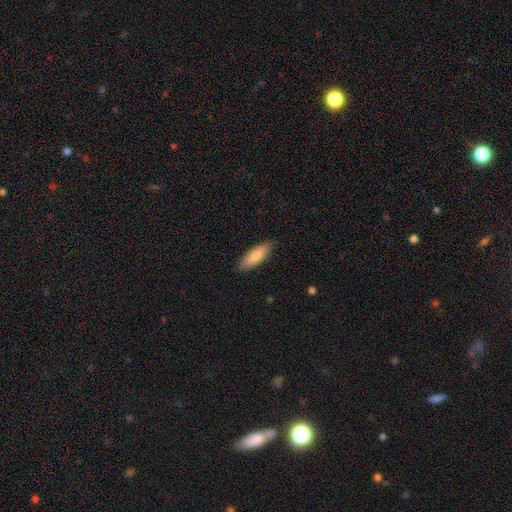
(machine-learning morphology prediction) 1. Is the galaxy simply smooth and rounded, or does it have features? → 77% smooth, 17% featured or disk, 6% star or artifact.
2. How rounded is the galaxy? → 53% in between, 45% cigar-shaped, 2% round.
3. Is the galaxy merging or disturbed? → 84% none, 13% minor disturbance, 2% major disturbance, 1% merger.